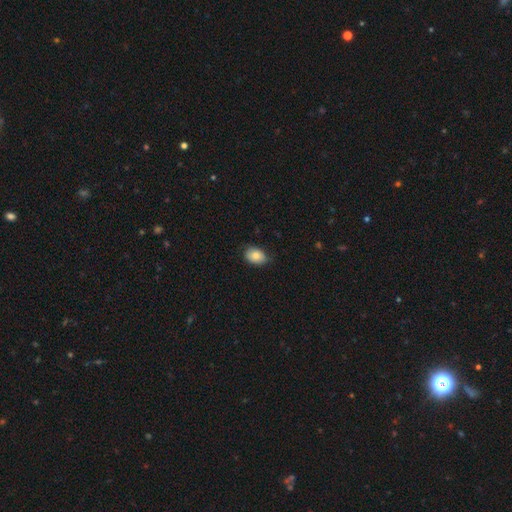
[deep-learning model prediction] Smooth or featured?
  - smooth: 81% *
  - featured or disk: 11%
  - star or artifact: 8%
How rounded?
  - in between: 77% *
  - round: 22%
  - cigar-shaped: 1%
Merging?
  - none: 70% *
  - minor disturbance: 25%
  - major disturbance: 4%
  - merger: 1%